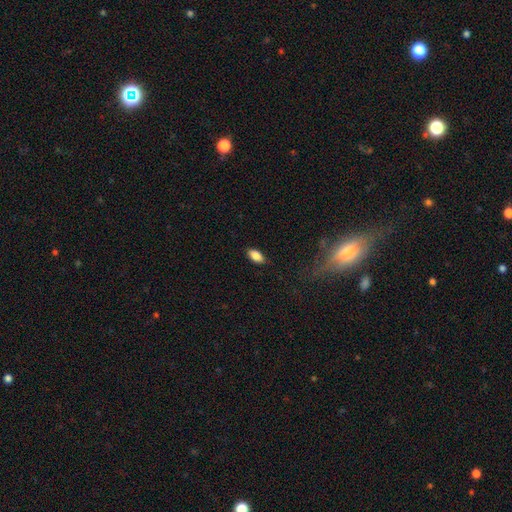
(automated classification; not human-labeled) Smooth or featured? smooth (84%)
How rounded? in between (91%)
Merging? none (85%)